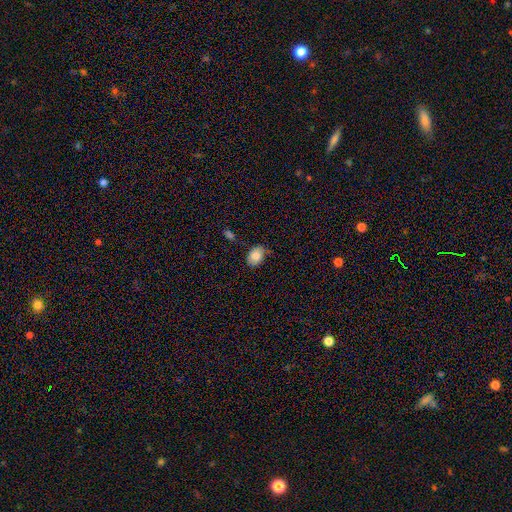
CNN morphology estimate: smooth_or_featured: smooth (p=0.83) [alt: featured or disk p=0.09]
how_rounded: in between (p=0.79) [alt: round p=0.20]
merging: none (p=0.71) [alt: minor disturbance p=0.22]